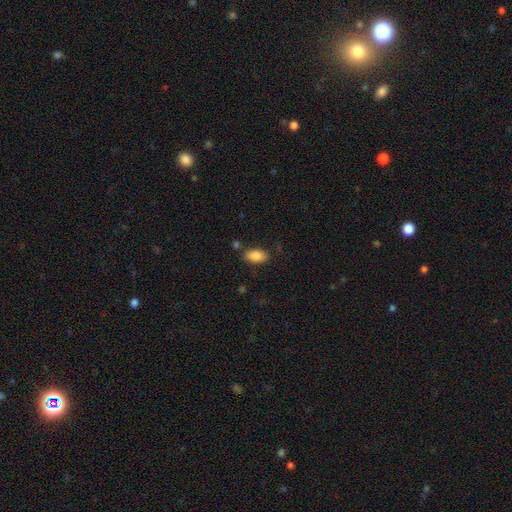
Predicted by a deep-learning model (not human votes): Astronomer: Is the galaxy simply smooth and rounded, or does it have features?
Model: smooth — 86%.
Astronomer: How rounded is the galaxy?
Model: in between — 92%.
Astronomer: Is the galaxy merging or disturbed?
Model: none — 79%.